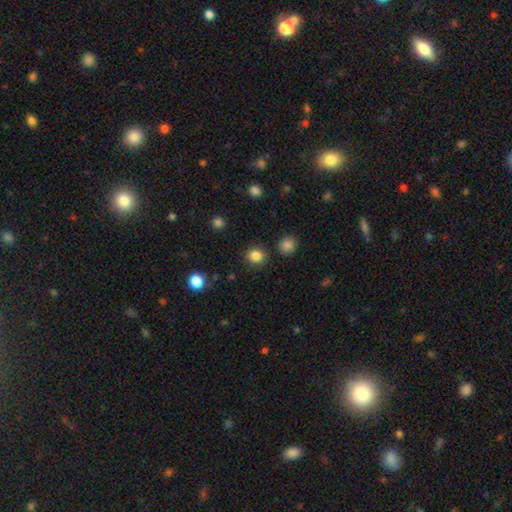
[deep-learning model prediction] Smooth or featured? Predicted: smooth (p=0.85). How rounded? Predicted: round (p=0.87). Merging? Predicted: none (p=0.89).